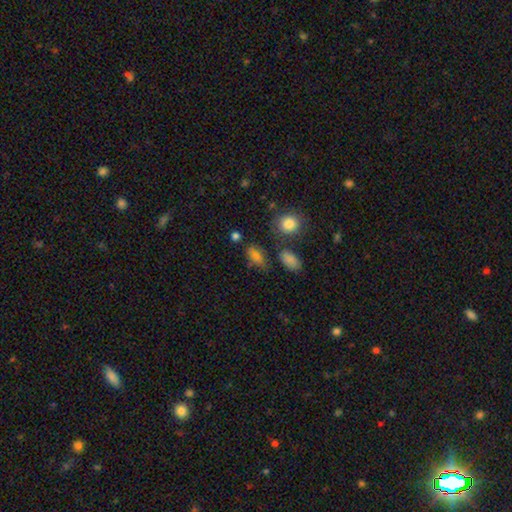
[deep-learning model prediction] This appears to be a smooth galaxy with no disk features (72%) that is in between round and cigar-shaped (79%). Merging: none (66%).